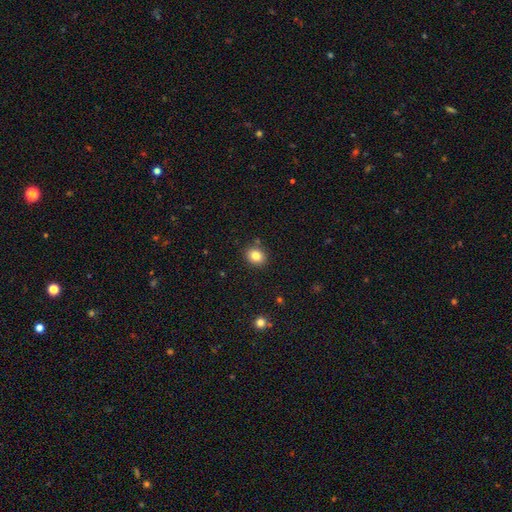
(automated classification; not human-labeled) Smooth or featured: smooth — 82% (star or artifact — 11%)
How rounded: round — 59% (in between — 41%)
Merging: none — 86% (minor disturbance — 9%)